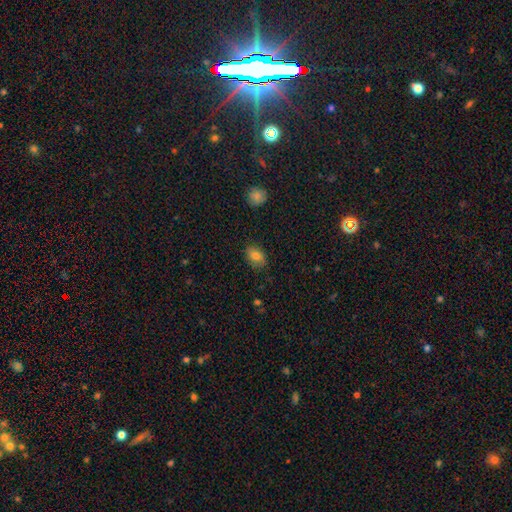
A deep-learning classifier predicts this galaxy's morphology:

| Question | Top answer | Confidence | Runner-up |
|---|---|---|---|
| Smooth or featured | smooth | 80% | featured or disk (11%) |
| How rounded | in between | 80% | round (19%) |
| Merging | none | 83% | minor disturbance (13%) |